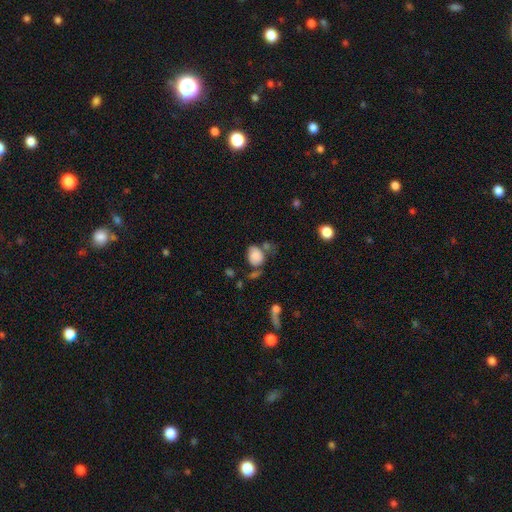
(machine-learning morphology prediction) Q: Smooth or featured?
A: smooth (78%); runner-up: featured or disk (13%)
Q: How rounded?
A: in between (55%); runner-up: round (43%)
Q: Merging?
A: none (48%); runner-up: minor disturbance (22%)